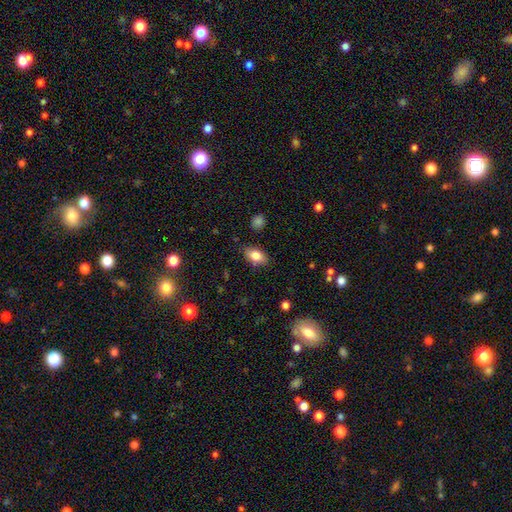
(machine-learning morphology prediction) The model was most divided on "smooth or featured": smooth: 80%, featured or disk: 12%, star or artifact: 8%. More confident: how rounded — in between (88%); merging — none (83%).